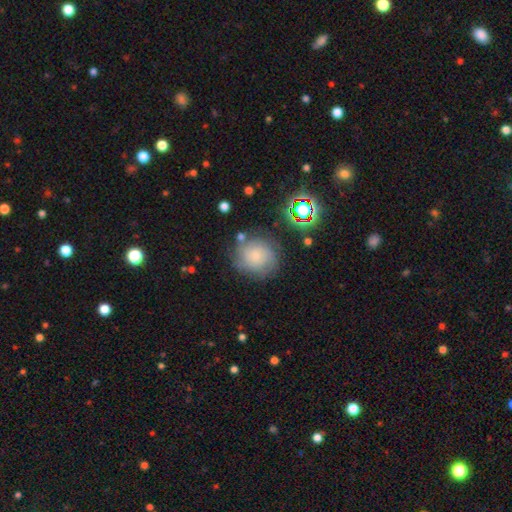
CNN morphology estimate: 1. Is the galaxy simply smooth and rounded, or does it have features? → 53% smooth, 32% featured or disk, 15% star or artifact.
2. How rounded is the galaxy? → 87% round, 12% in between, 1% cigar-shaped.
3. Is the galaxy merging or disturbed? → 72% none, 16% minor disturbance, 7% major disturbance, 5% merger.